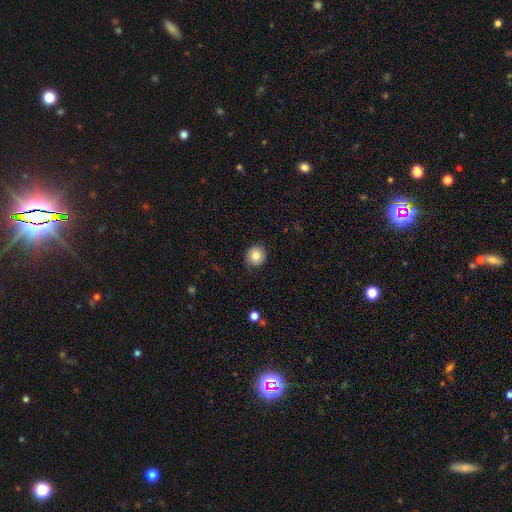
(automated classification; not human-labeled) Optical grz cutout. It shows a smooth galaxy with no disk features (83%) that is round (91%). Merging: none (89%).